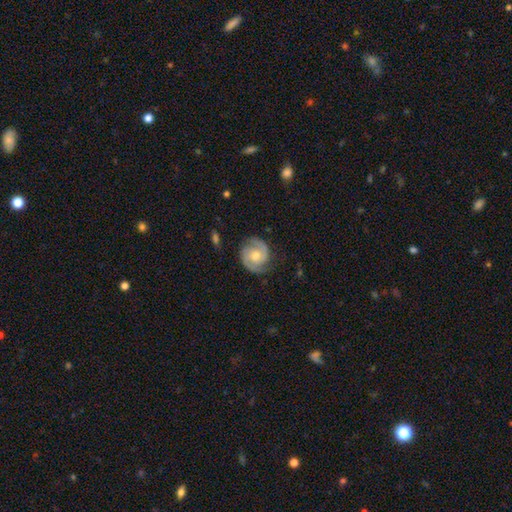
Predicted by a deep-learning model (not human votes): smooth_or_featured: featured or disk (p=0.86) [alt: smooth p=0.09]
disk_edge_on: no (p=0.98) [alt: yes p=0.02]
bar: no (p=0.64) [alt: weak p=0.30]
has_spiral_arms: yes (p=0.98) [alt: no p=0.02]
spiral_winding: tight (p=0.54) [alt: medium p=0.39]
spiral_arm_count: 2 (p=0.89) [alt: 3 p=0.04]
bulge_size: moderate (p=0.62) [alt: small p=0.30]
merging: none (p=0.81) [alt: minor disturbance p=0.14]